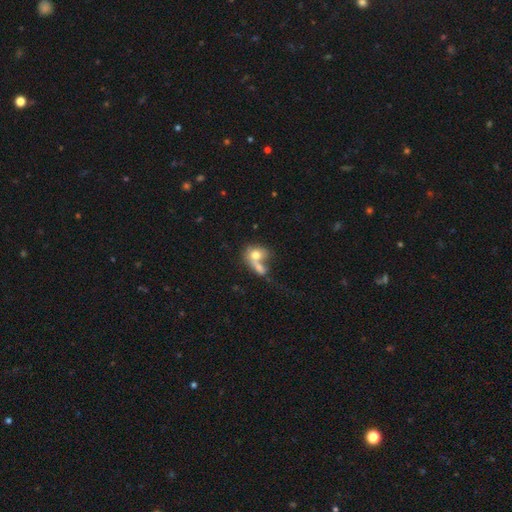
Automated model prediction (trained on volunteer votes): smooth 67%, featured or disk 24%, star or artifact 9%. Down the decision tree: how rounded — in between (50%); merging — merger (64%).